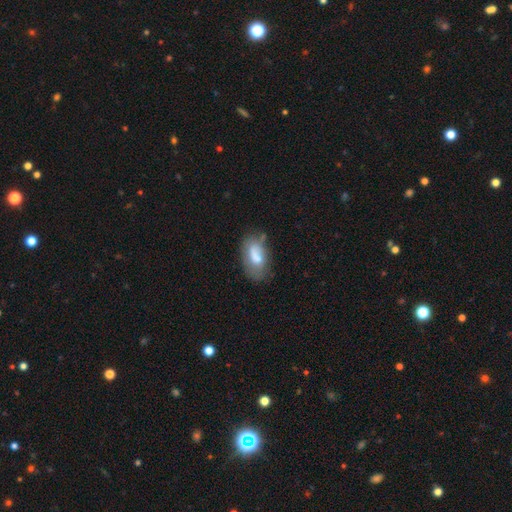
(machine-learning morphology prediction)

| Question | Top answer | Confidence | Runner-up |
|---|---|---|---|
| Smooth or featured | smooth | 68% | featured or disk (24%) |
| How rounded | in between | 92% | round (5%) |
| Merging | none | 47% | minor disturbance (30%) |